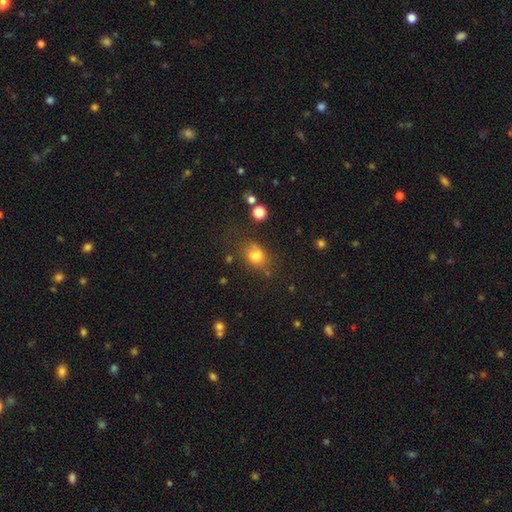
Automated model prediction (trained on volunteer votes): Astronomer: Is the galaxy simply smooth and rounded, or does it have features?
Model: smooth — 74%.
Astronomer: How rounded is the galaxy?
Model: in between — 52% (runner-up: round, 46%).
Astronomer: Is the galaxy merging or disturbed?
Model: none — 53%.